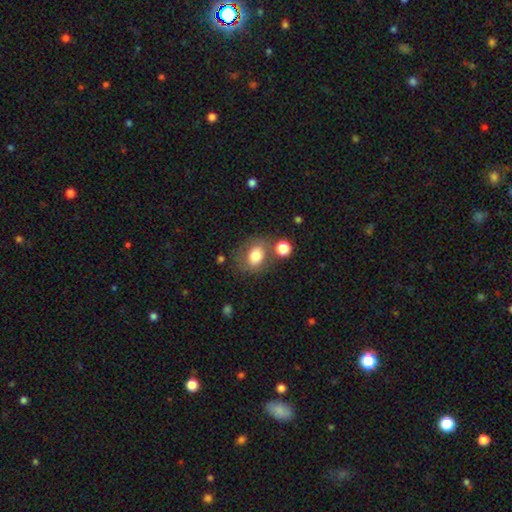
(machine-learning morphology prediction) Smooth or featured?
  - smooth: 78% *
  - featured or disk: 13%
  - star or artifact: 9%
How rounded?
  - in between: 58% *
  - round: 41%
  - cigar-shaped: 1%
Merging?
  - none: 61% *
  - minor disturbance: 17%
  - merger: 15%
  - major disturbance: 8%